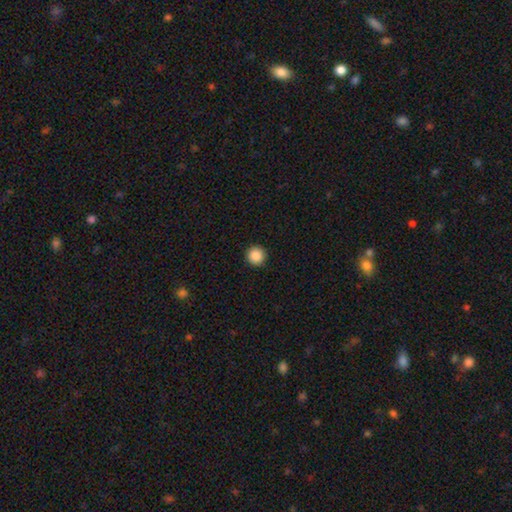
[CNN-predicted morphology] Smooth or featured: smooth — 88% (star or artifact — 9%)
How rounded: round — 96% (in between — 3%)
Merging: none — 93% (minor disturbance — 4%)